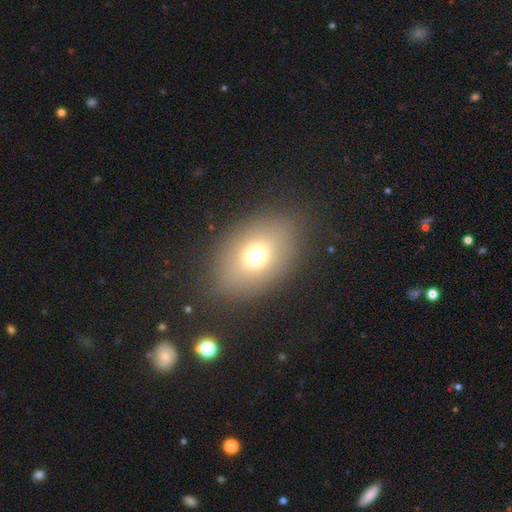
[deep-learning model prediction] This appears to be a smooth galaxy with no disk features (71%) that is in between round and cigar-shaped (73%). Merging: none (82%).